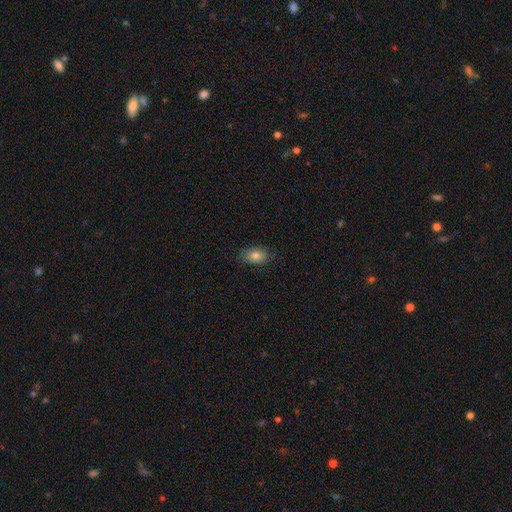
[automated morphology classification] Overall: smooth (81%). How rounded: in between (87%). Merging: none (82%).